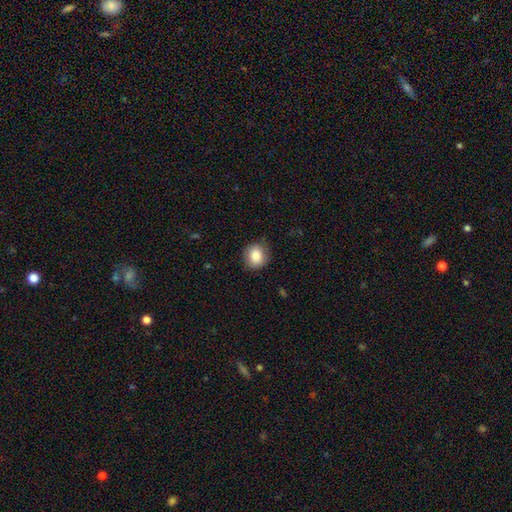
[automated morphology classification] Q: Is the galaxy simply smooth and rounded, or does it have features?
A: smooth — 85%.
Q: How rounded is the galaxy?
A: round — 77%.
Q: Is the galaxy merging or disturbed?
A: none — 83%.